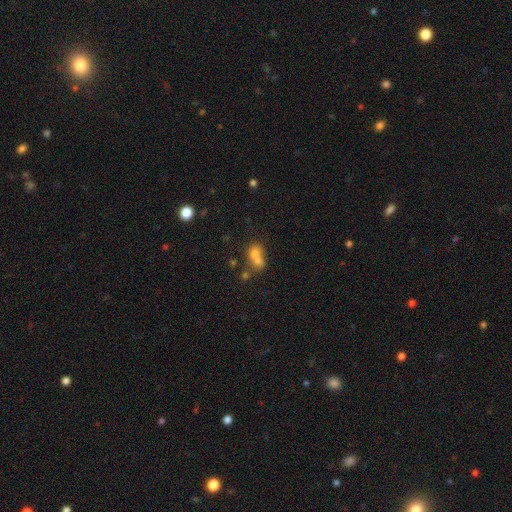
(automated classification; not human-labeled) smooth_or_featured: smooth (p=0.66) [alt: featured or disk p=0.20]
how_rounded: round (p=0.57) [alt: in between p=0.42]
merging: merger (p=0.66) [alt: none p=0.23]